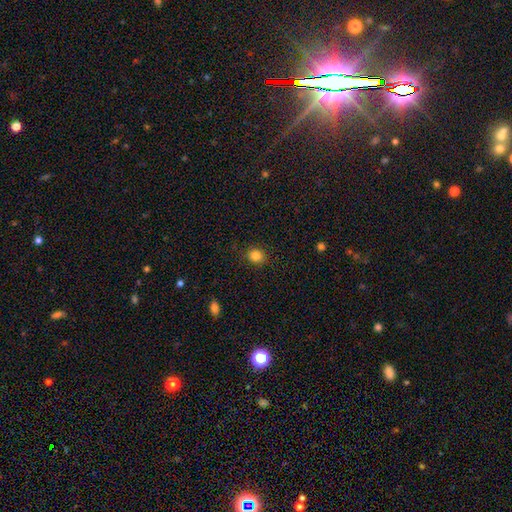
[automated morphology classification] smooth-or-featured: smooth: 84% | star or artifact: 11% | featured or disk: 5%
  how-rounded: round: 77% | in between: 22% | cigar-shaped: 1%
  merging: none: 88% | minor disturbance: 8% | major disturbance: 2% | merger: 1%